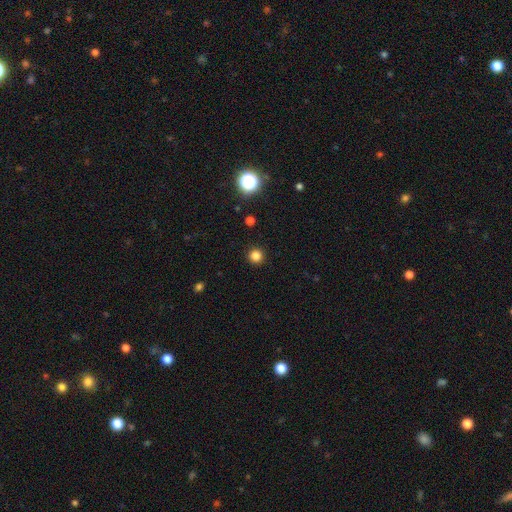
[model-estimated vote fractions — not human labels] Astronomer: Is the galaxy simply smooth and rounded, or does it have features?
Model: smooth — 82%.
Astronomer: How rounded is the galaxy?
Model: round — 96%.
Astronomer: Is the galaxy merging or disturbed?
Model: none — 93%.